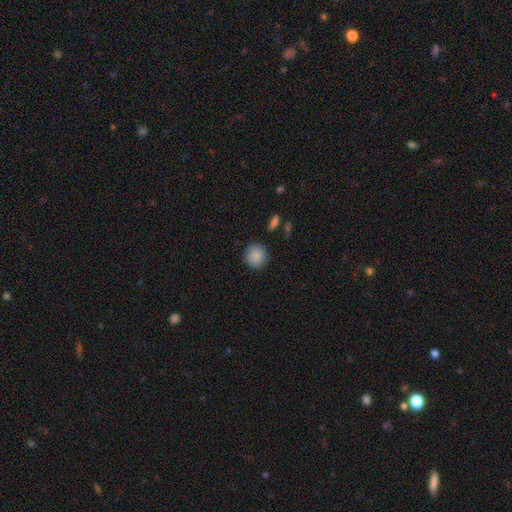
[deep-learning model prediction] Smooth or featured?
  - smooth: 89% *
  - star or artifact: 8%
  - featured or disk: 3%
How rounded?
  - round: 91% *
  - in between: 8%
  - cigar-shaped: 1%
Merging?
  - none: 89% *
  - minor disturbance: 7%
  - major disturbance: 2%
  - merger: 2%